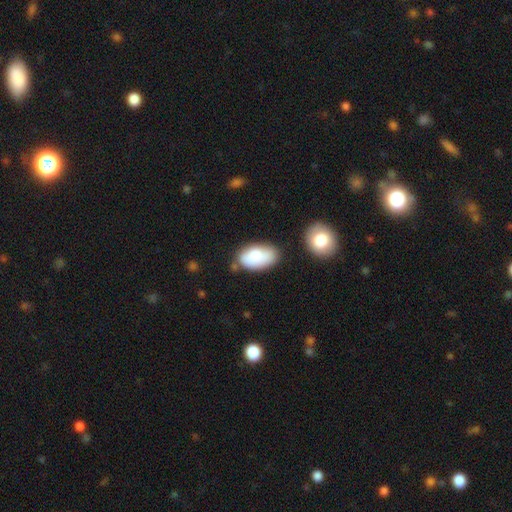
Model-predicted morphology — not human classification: smooth 77%, featured or disk 16%, star or artifact 7%. Down the decision tree: how rounded — in between (93%); merging — none (64%).